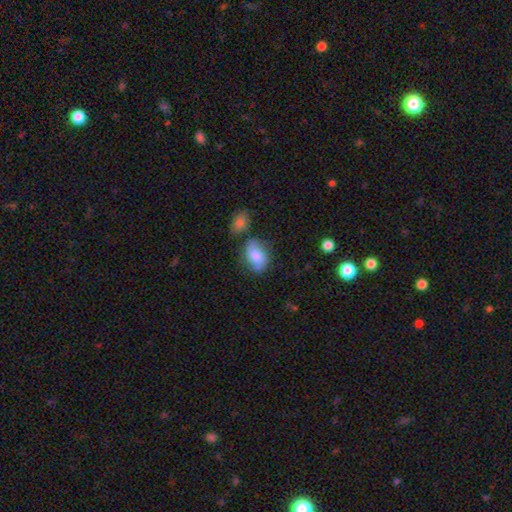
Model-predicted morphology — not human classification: Q: Smooth or featured?
A: smooth (70%); runner-up: featured or disk (22%)
Q: How rounded?
A: in between (77%); runner-up: round (21%)
Q: Merging?
A: none (56%); runner-up: minor disturbance (25%)